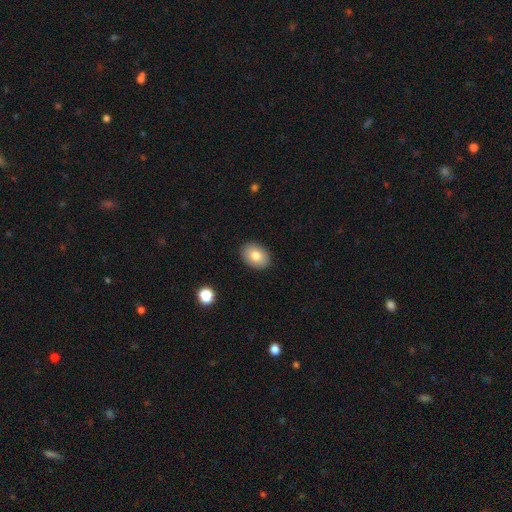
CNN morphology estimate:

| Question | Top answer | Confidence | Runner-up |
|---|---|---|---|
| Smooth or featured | smooth | 81% | featured or disk (11%) |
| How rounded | in between | 75% | round (24%) |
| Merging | none | 90% | minor disturbance (8%) |